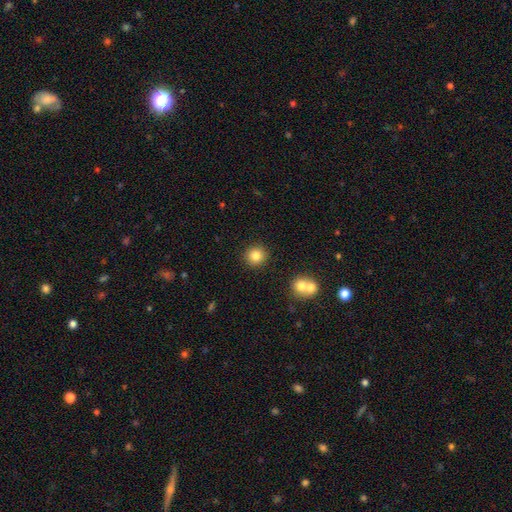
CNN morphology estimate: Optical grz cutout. It shows a smooth galaxy with no disk features (83%) that is round (92%). Merging: none (89%).